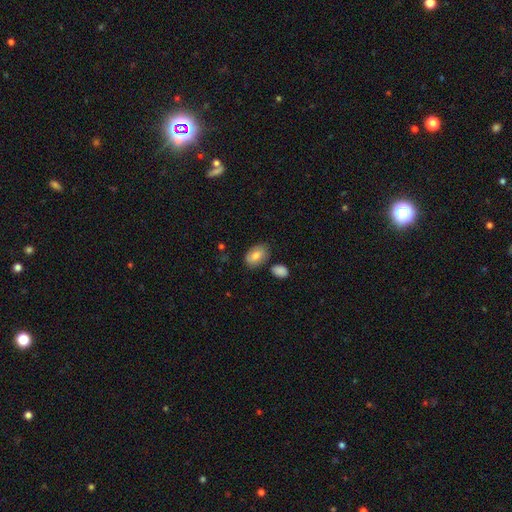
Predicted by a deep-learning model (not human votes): Q: Smooth or featured?
A: smooth (71%); runner-up: featured or disk (22%)
Q: How rounded?
A: in between (87%); runner-up: round (12%)
Q: Merging?
A: none (72%); runner-up: minor disturbance (19%)